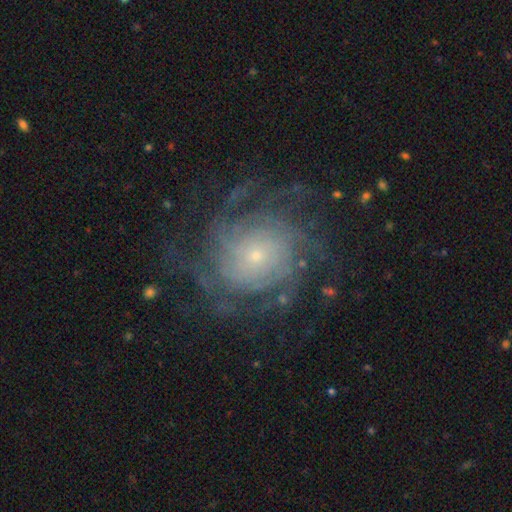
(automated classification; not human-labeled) Q: Smooth or featured?
A: featured or disk (81%); runner-up: smooth (10%)
Q: Edge-on disk?
A: no (97%); runner-up: yes (3%)
Q: Bar?
A: no (79%); runner-up: weak (17%)
Q: Spiral arms?
A: yes (94%); runner-up: no (6%)
Q: Spiral winding?
A: tight (65%); runner-up: medium (26%)
Q: Spiral arm count?
A: can't tell (34%); runner-up: more than 4 (23%)
Q: Bulge size?
A: small (77%); runner-up: moderate (16%)
Q: Merging?
A: none (73%); runner-up: minor disturbance (14%)